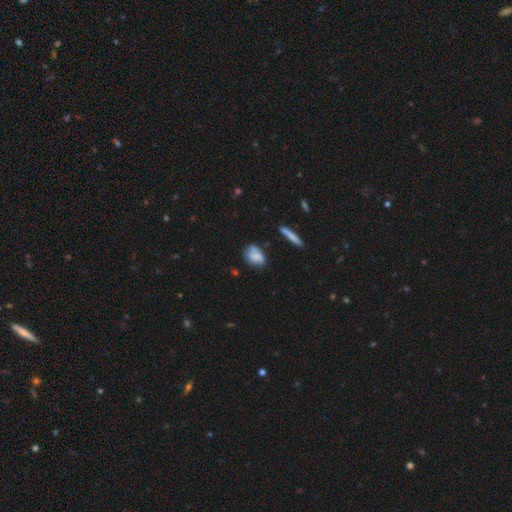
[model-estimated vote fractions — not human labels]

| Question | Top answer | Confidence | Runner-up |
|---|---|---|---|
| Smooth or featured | smooth | 70% | featured or disk (21%) |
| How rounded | in between | 72% | round (23%) |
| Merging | none | 55% | minor disturbance (29%) |